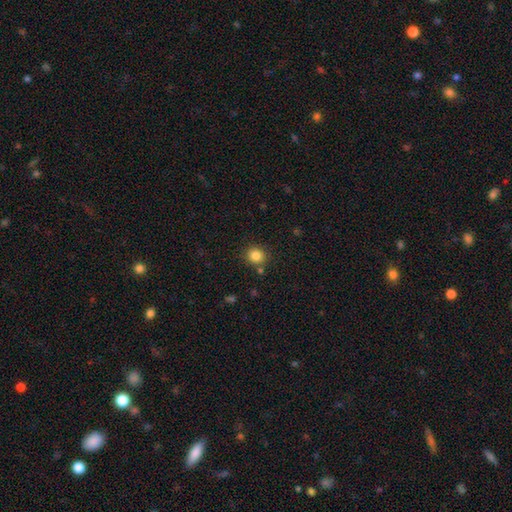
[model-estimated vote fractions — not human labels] Smooth or featured?
  - smooth: 83% *
  - star or artifact: 12%
  - featured or disk: 5%
How rounded?
  - round: 87% *
  - in between: 12%
  - cigar-shaped: 1%
Merging?
  - none: 84% *
  - minor disturbance: 8%
  - merger: 6%
  - major disturbance: 3%